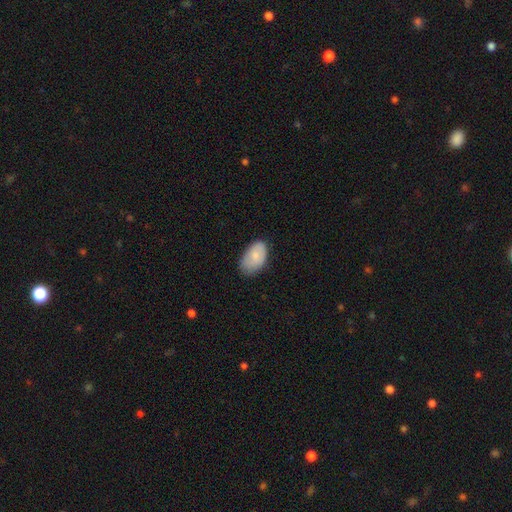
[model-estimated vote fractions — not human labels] Q: Smooth or featured?
A: smooth (81%); runner-up: featured or disk (12%)
Q: How rounded?
A: in between (93%); runner-up: round (6%)
Q: Merging?
A: none (61%); runner-up: minor disturbance (31%)